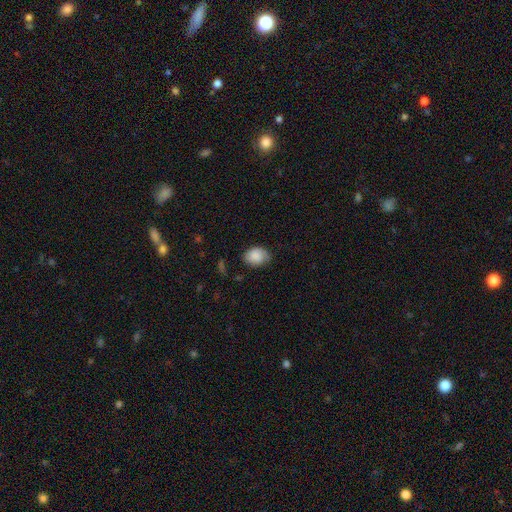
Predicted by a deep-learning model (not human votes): Smooth or featured? smooth (86%)
How rounded? in between (65%)
Merging? none (66%)